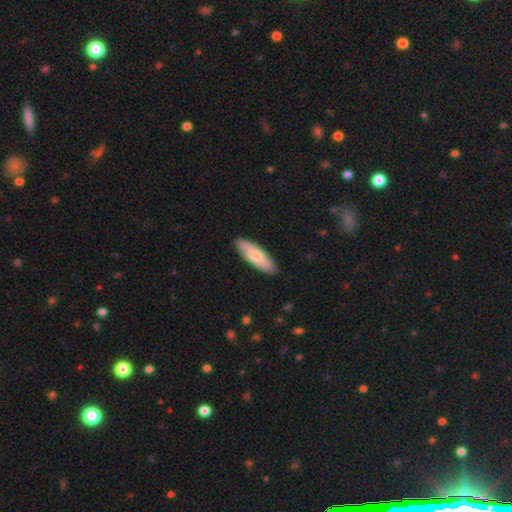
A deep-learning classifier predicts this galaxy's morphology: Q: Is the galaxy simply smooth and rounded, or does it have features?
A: smooth — 72%.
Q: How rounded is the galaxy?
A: in between — 55%.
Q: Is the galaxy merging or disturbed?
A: none — 87%.